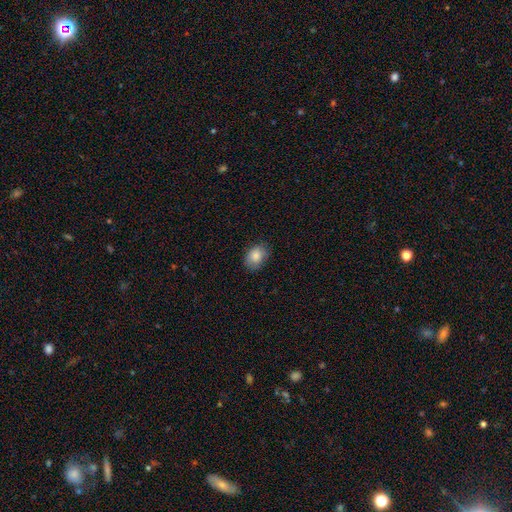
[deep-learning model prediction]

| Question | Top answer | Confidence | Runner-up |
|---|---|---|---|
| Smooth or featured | smooth | 85% | star or artifact (8%) |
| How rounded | in between | 65% | round (34%) |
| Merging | none | 79% | minor disturbance (16%) |